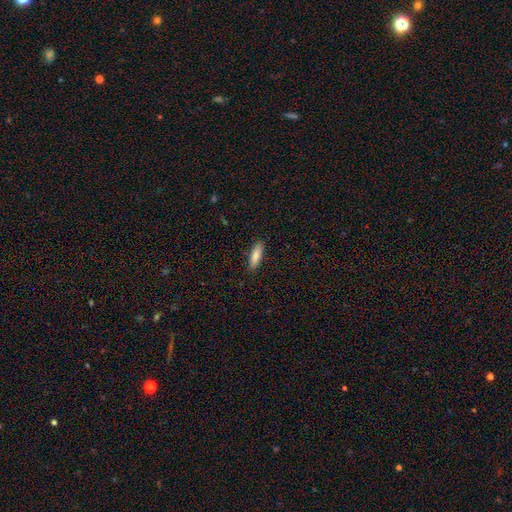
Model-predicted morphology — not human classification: Q: Smooth or featured?
A: smooth (86%); runner-up: featured or disk (8%)
Q: How rounded?
A: cigar-shaped (54%); runner-up: in between (44%)
Q: Merging?
A: none (89%); runner-up: minor disturbance (9%)